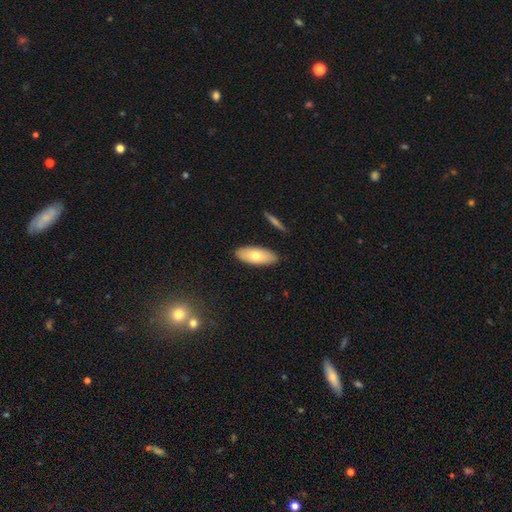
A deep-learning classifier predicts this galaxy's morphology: A smooth galaxy with no disk features (69%) that is in between round and cigar-shaped (81%).

Vote fractions:
- Smooth or featured? smooth: 69% / featured or disk: 24% / star or artifact: 6%
- How rounded? in between: 81% / cigar-shaped: 17% / round: 3%
- Merging? none: 87% / minor disturbance: 9% / major disturbance: 2% / merger: 2%